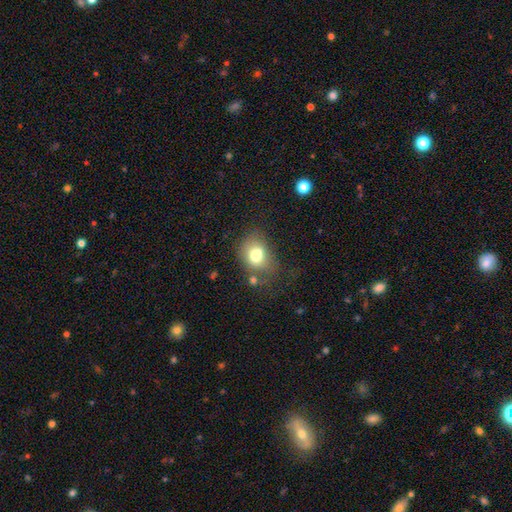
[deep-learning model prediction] The model was most divided on "how rounded": in between: 57%, round: 43%, cigar-shaped: 1%. More confident: smooth or featured — smooth (75%); merging — none (51%).